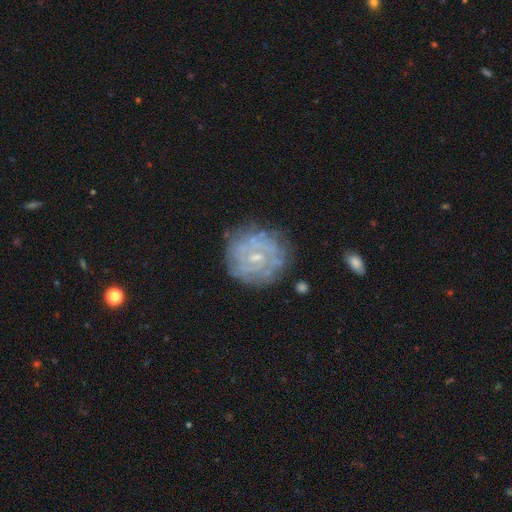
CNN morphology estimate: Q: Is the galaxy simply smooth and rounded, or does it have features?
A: featured or disk — 74%.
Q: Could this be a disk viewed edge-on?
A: no — 98%.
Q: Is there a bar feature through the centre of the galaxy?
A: no — 49%.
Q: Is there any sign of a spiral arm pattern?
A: yes — 77%.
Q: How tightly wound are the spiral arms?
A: tight — 73%.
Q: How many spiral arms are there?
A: can't tell — 52%.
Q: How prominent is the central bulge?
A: small — 66%.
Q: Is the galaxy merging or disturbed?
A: none — 75%.